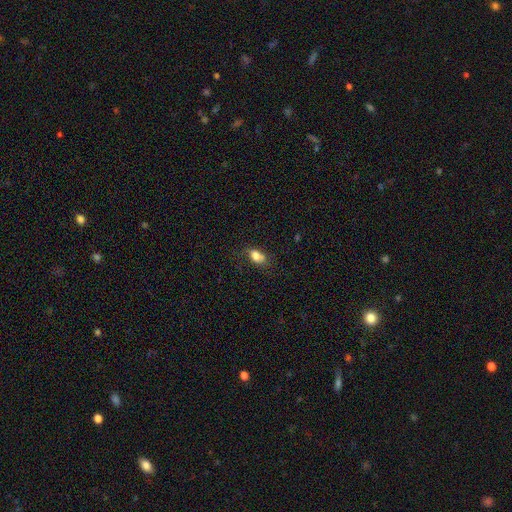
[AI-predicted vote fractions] A smooth galaxy with no disk features (78%) that is in between round and cigar-shaped (75%).

Vote fractions:
- Smooth or featured? smooth: 78% / featured or disk: 11% / star or artifact: 11%
- How rounded? in between: 75% / round: 22% / cigar-shaped: 3%
- Merging? none: 46% / minor disturbance: 24% / merger: 20% / major disturbance: 10%